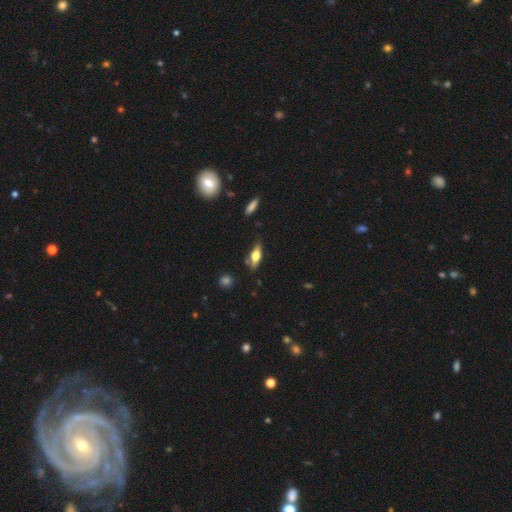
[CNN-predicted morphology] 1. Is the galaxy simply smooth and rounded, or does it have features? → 50% smooth, 42% featured or disk, 7% star or artifact.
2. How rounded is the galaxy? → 58% in between, 38% cigar-shaped, 4% round.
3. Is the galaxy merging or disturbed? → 76% none, 16% minor disturbance, 5% merger, 4% major disturbance.